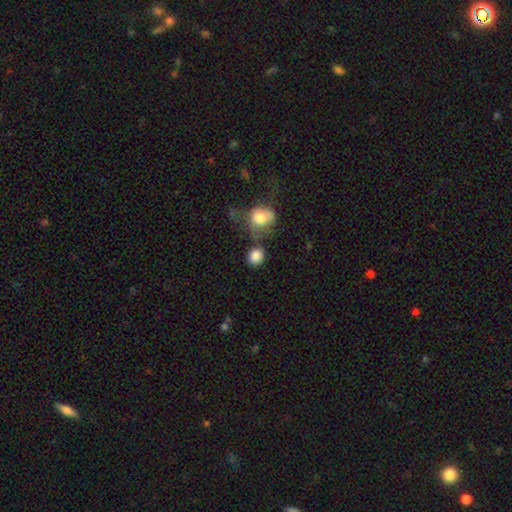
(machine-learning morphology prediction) Smooth or featured?
  - smooth: 86% *
  - star or artifact: 9%
  - featured or disk: 5%
How rounded?
  - round: 75% *
  - in between: 24%
  - cigar-shaped: 1%
Merging?
  - none: 66% *
  - merger: 15%
  - minor disturbance: 13%
  - major disturbance: 6%